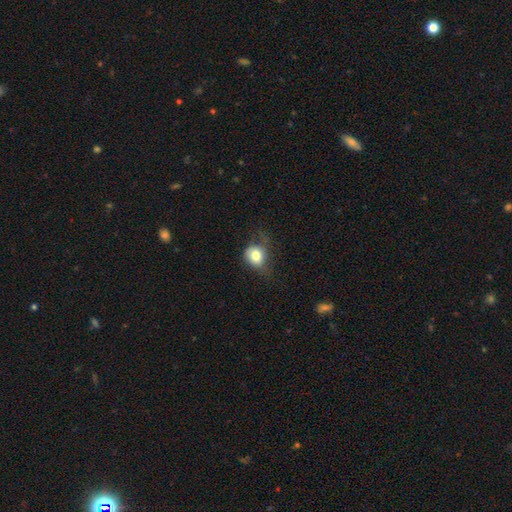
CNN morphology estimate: smooth 75%, featured or disk 15%, star or artifact 10%. Down the decision tree: how rounded — round (67%); merging — none (42%).